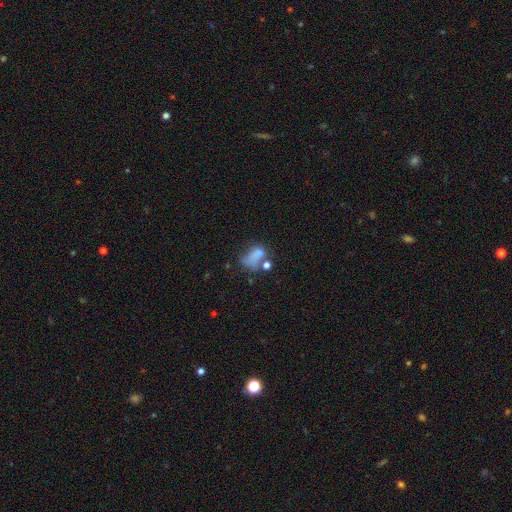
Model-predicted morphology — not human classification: Q: Smooth or featured?
A: smooth (60%); runner-up: featured or disk (23%)
Q: How rounded?
A: in between (78%); runner-up: round (18%)
Q: Merging?
A: major disturbance (32%); runner-up: merger (25%)